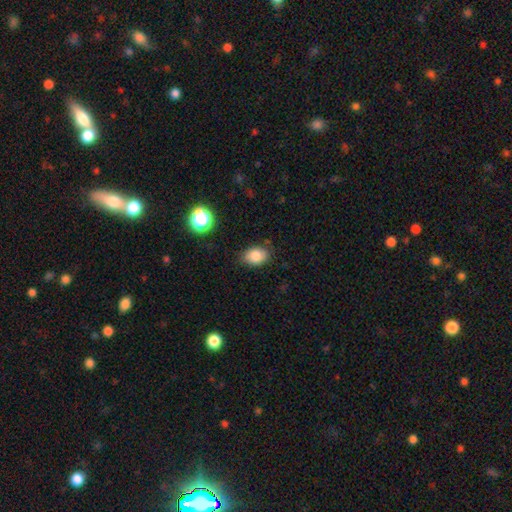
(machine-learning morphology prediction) Q: Smooth or featured?
A: smooth (84%); runner-up: star or artifact (10%)
Q: How rounded?
A: in between (77%); runner-up: round (22%)
Q: Merging?
A: none (81%); runner-up: minor disturbance (14%)